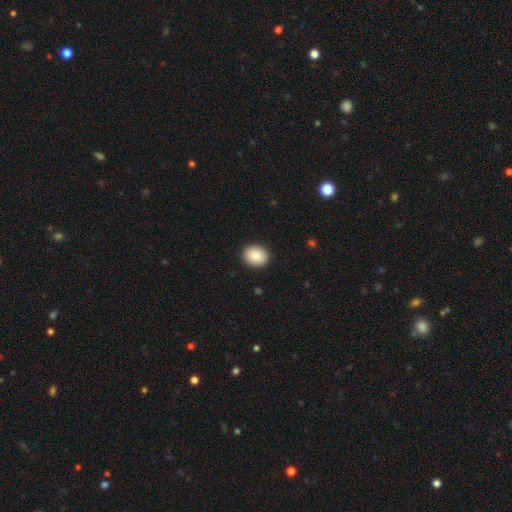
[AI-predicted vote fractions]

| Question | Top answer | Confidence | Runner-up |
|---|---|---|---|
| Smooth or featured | smooth | 88% | star or artifact (7%) |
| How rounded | in between | 50% | round (49%) |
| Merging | none | 91% | minor disturbance (7%) |